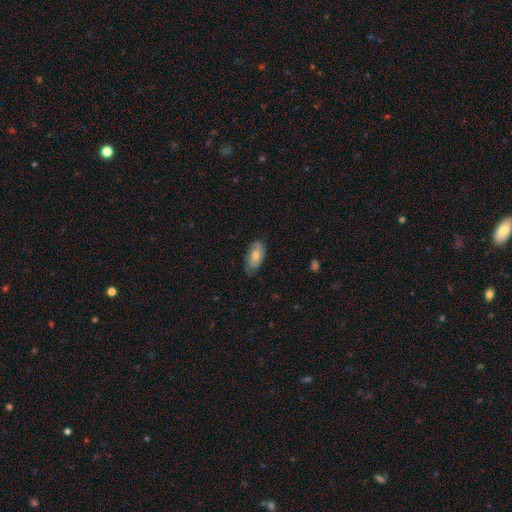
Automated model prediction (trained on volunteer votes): This appears to be a smooth galaxy with no disk features (64%) that is in between round and cigar-shaped (91%). Merging: none (70%).